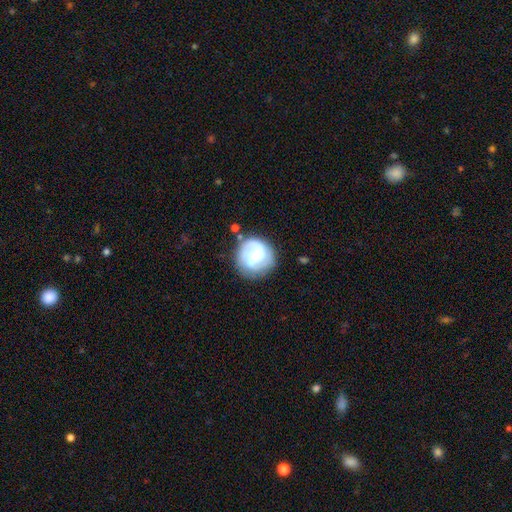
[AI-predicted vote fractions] Smooth or featured?
  - featured or disk: 53% *
  - smooth: 40%
  - star or artifact: 7%
Edge-on disk?
  - no: 98% *
  - yes: 2%
Bar?
  - no: 45% *
  - weak: 42%
  - strong: 13%
Spiral arms?
  - yes: 79% *
  - no: 21%
Bulge size?
  - moderate: 45% *
  - small: 29%
  - large: 16%
  - none: 6%
  - dominant: 3%
Merging?
  - none: 70% *
  - minor disturbance: 17%
  - major disturbance: 8%
  - merger: 5%